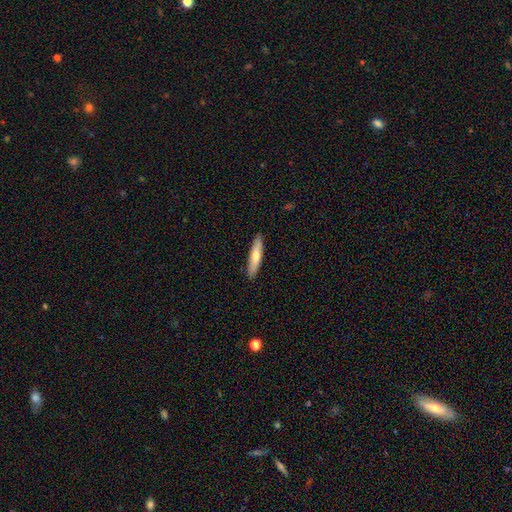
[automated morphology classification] A smooth galaxy with no disk features (65%) that is cigar-shaped (82%). Merging: none (90%).